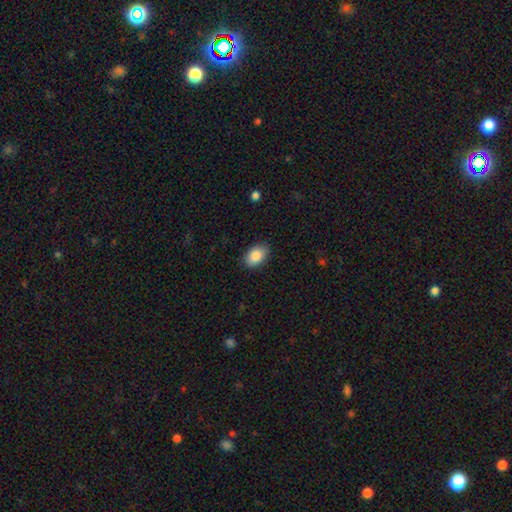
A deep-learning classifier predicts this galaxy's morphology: Smooth or featured?
  - smooth: 87% *
  - star or artifact: 7%
  - featured or disk: 6%
How rounded?
  - in between: 89% *
  - round: 10%
  - cigar-shaped: 1%
Merging?
  - none: 86% *
  - minor disturbance: 11%
  - major disturbance: 2%
  - merger: 1%